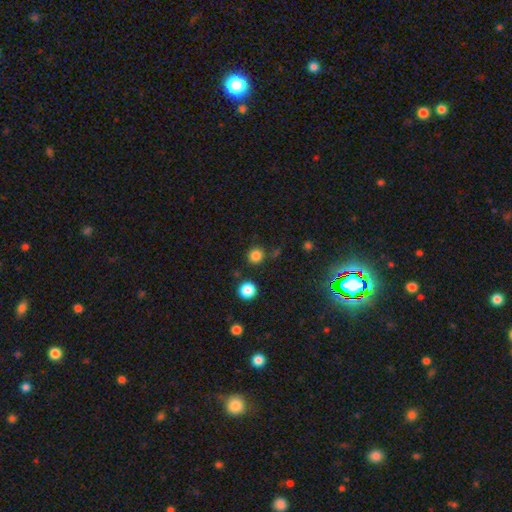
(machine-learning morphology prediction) This appears to be a smooth galaxy with no disk features (82%) that is round (90%). Merging: none (85%).